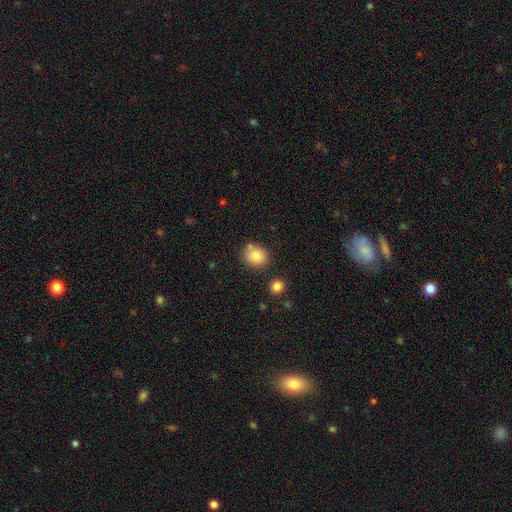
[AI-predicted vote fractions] Q: Smooth or featured?
A: smooth (83%); runner-up: star or artifact (9%)
Q: How rounded?
A: round (72%); runner-up: in between (27%)
Q: Merging?
A: none (73%); runner-up: minor disturbance (13%)